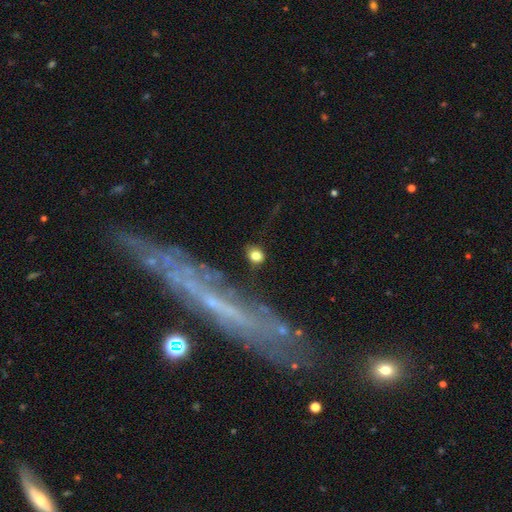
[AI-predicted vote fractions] smooth_or_featured: smooth (p=0.79) [alt: featured or disk p=0.12]
how_rounded: round (p=0.72) [alt: in between p=0.25]
merging: none (p=0.80) [alt: minor disturbance p=0.11]